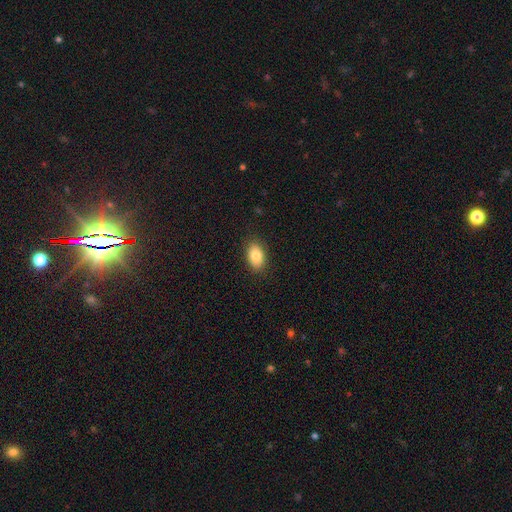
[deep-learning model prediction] Smooth or featured? smooth (85%)
How rounded? in between (89%)
Merging? none (88%)